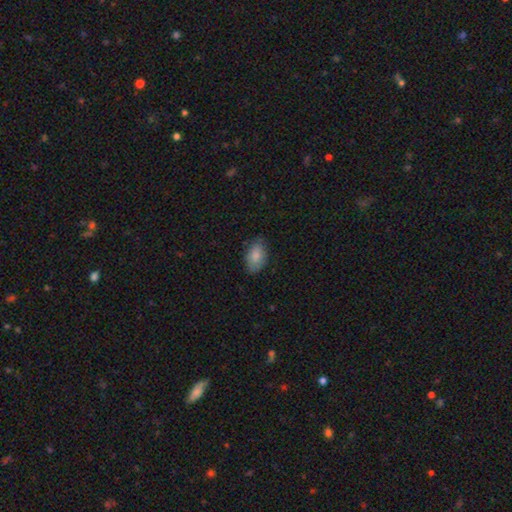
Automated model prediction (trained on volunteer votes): Overall: smooth (84%). How rounded: in between (93%). Merging: none (79%).